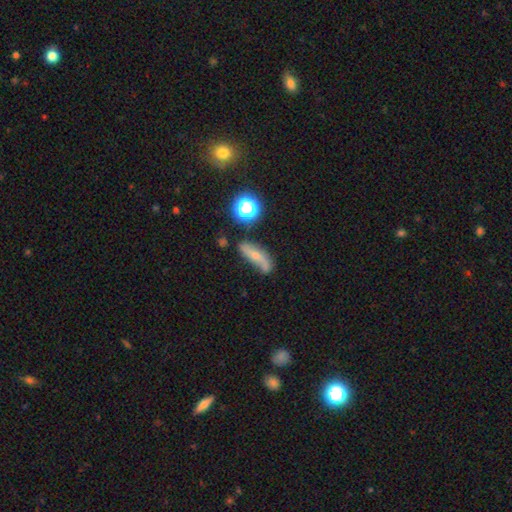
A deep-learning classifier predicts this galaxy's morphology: Overall: smooth (45%; featured or disk 41%). Merging: none (57%; minor disturbance 27%).